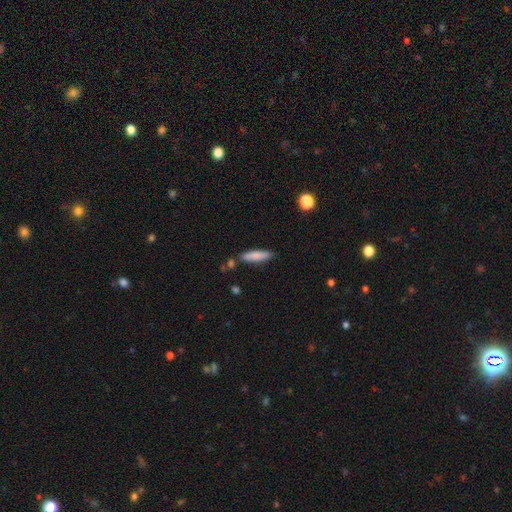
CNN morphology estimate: The model was most divided on "how rounded": cigar-shaped: 73%, in between: 26%, round: 2%. More confident: smooth or featured — smooth (82%); merging — none (80%).